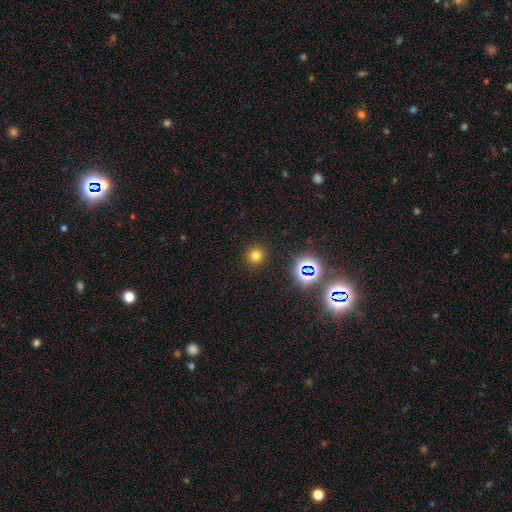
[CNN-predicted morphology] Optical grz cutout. It shows a smooth galaxy with no disk features (73%) that is round (94%). Merging: none (91%).